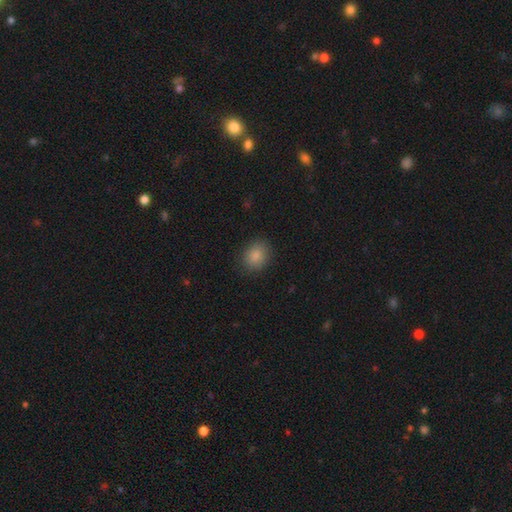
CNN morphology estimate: type=smooth (86%); roundness=round (56%); merging=none (86%).